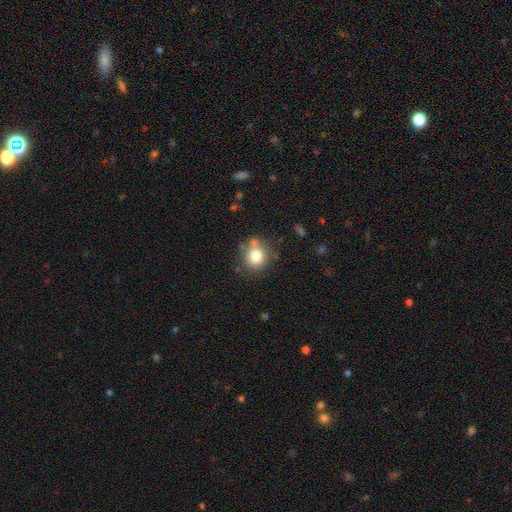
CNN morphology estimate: smooth-or-featured: smooth: 80% | star or artifact: 11% | featured or disk: 9%
  how-rounded: round: 80% | in between: 19% | cigar-shaped: 1%
  merging: none: 70% | minor disturbance: 16% | merger: 9% | major disturbance: 5%